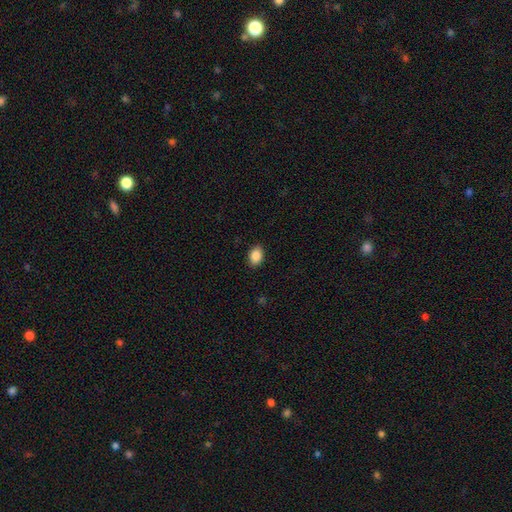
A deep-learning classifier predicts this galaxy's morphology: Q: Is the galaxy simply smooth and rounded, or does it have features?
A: smooth — 88%.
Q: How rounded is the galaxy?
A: in between — 78%.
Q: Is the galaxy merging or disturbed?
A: none — 89%.